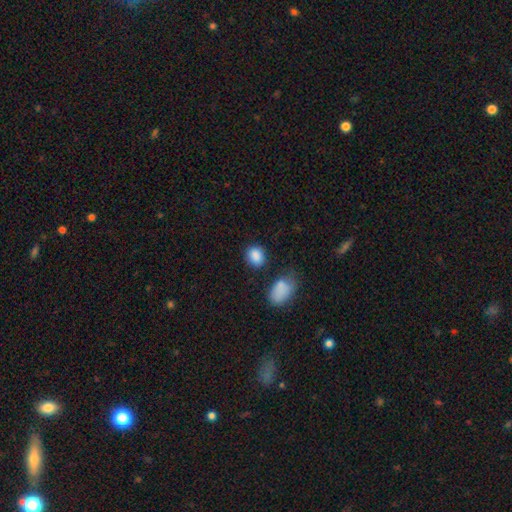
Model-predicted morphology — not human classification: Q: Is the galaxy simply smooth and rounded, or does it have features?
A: smooth — 87%.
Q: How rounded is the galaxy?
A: round — 53%.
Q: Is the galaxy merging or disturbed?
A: none — 74%.